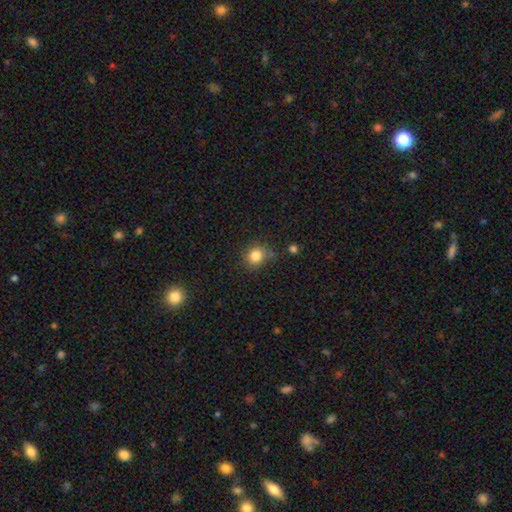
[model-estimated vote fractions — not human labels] Morphology: type=smooth (83%); roundness=round (81%); merging=none (68%).